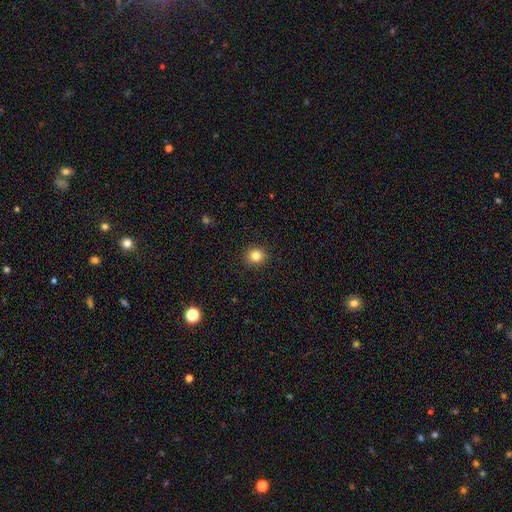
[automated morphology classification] Smooth or featured: smooth — 83% (star or artifact — 12%)
How rounded: round — 89% (in between — 10%)
Merging: none — 92% (minor disturbance — 6%)